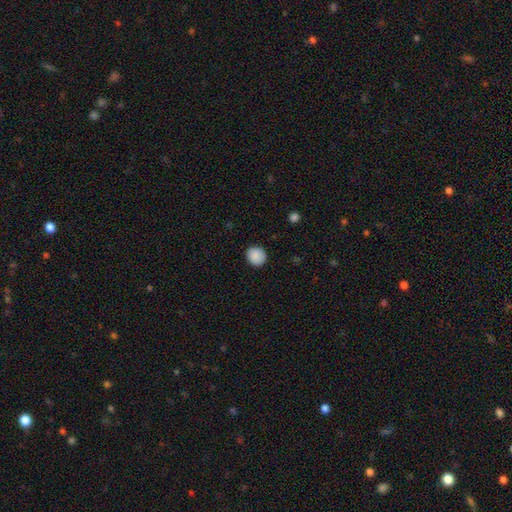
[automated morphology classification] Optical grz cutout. It shows a smooth galaxy with no disk features (89%) that is round (85%). Merging: none (88%).